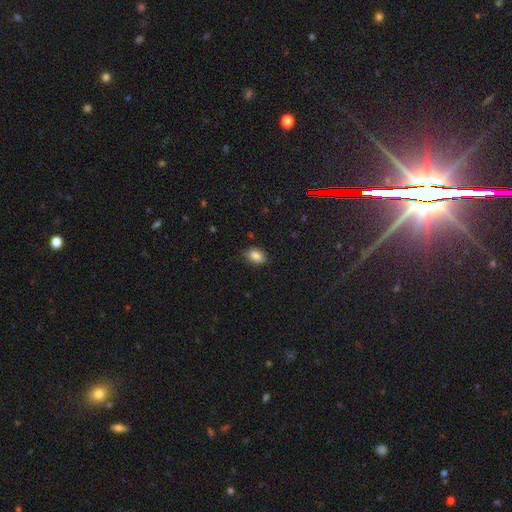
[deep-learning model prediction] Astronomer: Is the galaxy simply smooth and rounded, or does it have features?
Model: smooth — 85%.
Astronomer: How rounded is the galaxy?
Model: in between — 81%.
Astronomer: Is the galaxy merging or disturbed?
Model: none — 79%.